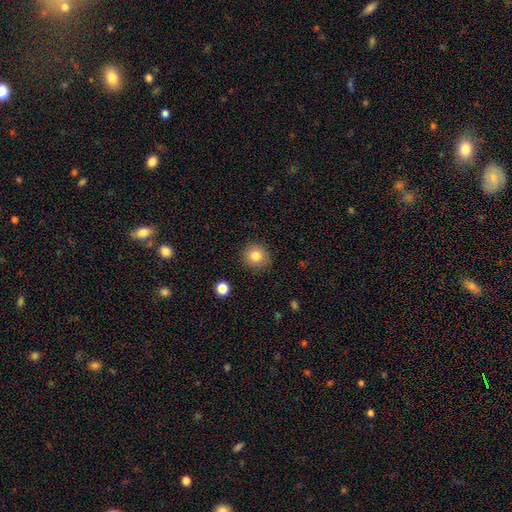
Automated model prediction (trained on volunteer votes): Smooth or featured? Predicted: smooth (p=0.82). How rounded? Predicted: round (p=0.86). Merging? Predicted: none (p=0.89).